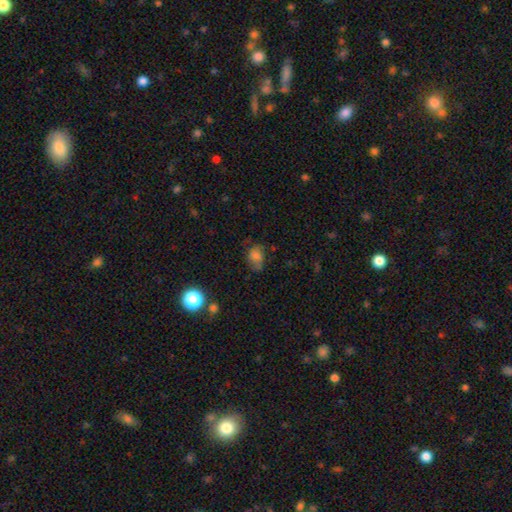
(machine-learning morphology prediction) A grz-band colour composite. It shows a smooth galaxy with no disk features (71%) that is in between round and cigar-shaped (59%). Merging: none (53%).